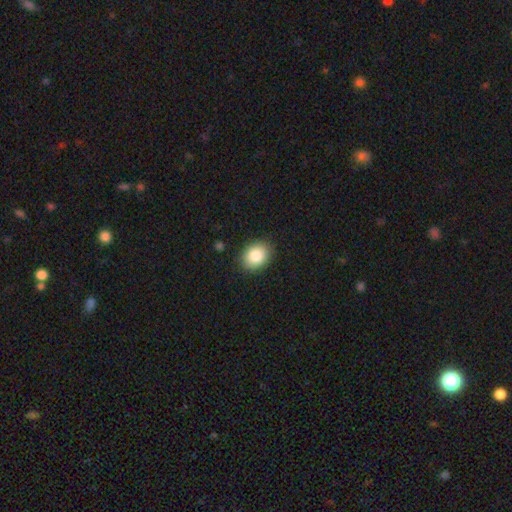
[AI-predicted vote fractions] Smooth or featured? Predicted: smooth (p=0.85). How rounded? Predicted: in between (p=0.55). Merging? Predicted: none (p=0.88).